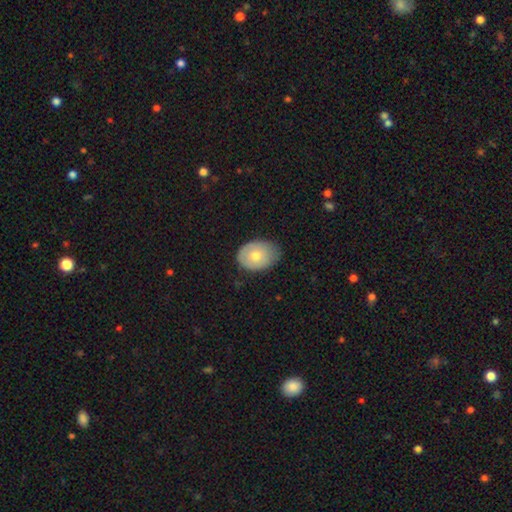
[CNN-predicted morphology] smooth_or_featured: smooth (p=0.69) [alt: featured or disk p=0.24]
how_rounded: in between (p=0.67) [alt: round p=0.32]
merging: none (p=0.69) [alt: minor disturbance p=0.25]